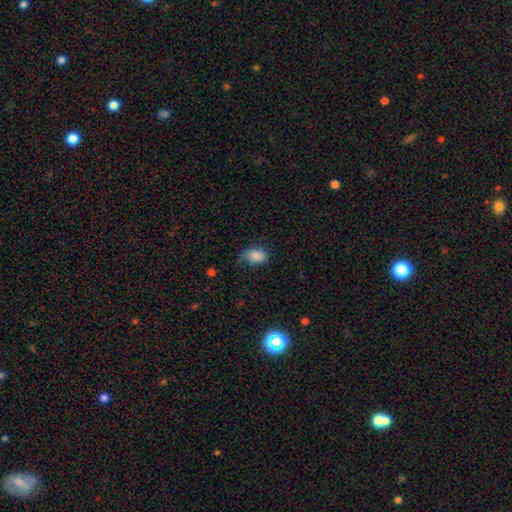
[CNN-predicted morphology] Q: Smooth or featured?
A: smooth (86%); runner-up: star or artifact (9%)
Q: How rounded?
A: in between (87%); runner-up: round (12%)
Q: Merging?
A: none (65%); runner-up: minor disturbance (27%)